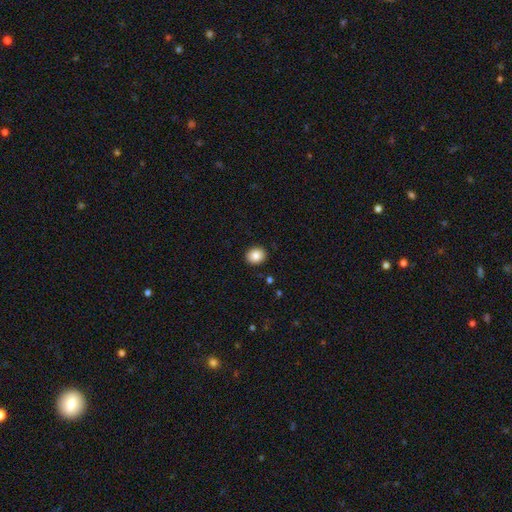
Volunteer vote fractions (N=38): Smooth or featured? smooth (95%)
How rounded? round (78%)
Merging? none (95%)